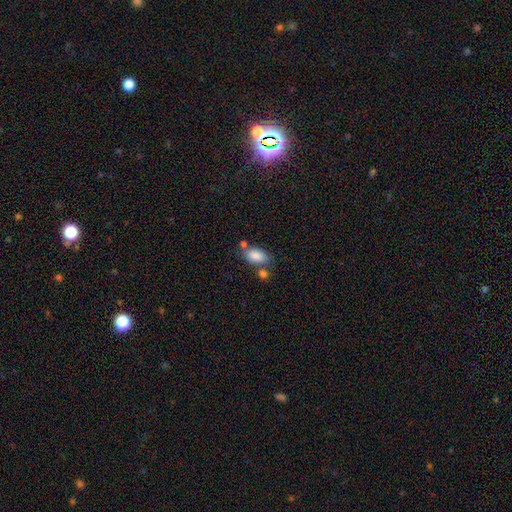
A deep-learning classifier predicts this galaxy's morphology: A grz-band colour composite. It shows a smooth galaxy with no disk features (86%) that is in between round and cigar-shaped (91%). Merging: none (61%).